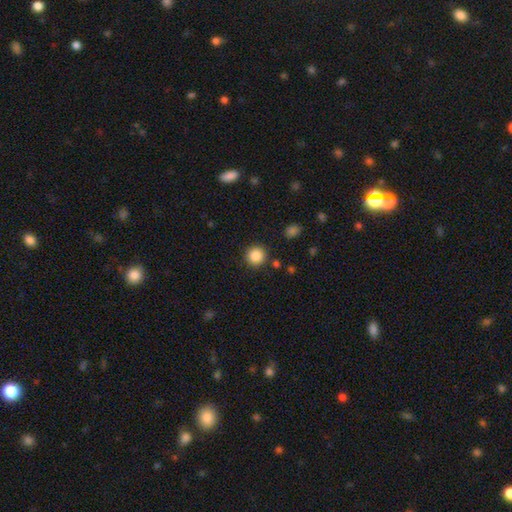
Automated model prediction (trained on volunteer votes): The model was most divided on "smooth or featured": smooth: 87%, star or artifact: 10%, featured or disk: 3%. More confident: how rounded — round (93%); merging — none (88%).